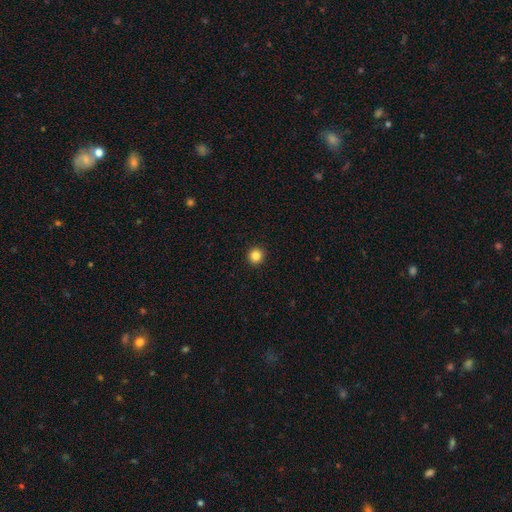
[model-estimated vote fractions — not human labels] A smooth galaxy with no disk features (85%) that is round (94%). Merging: none (94%).